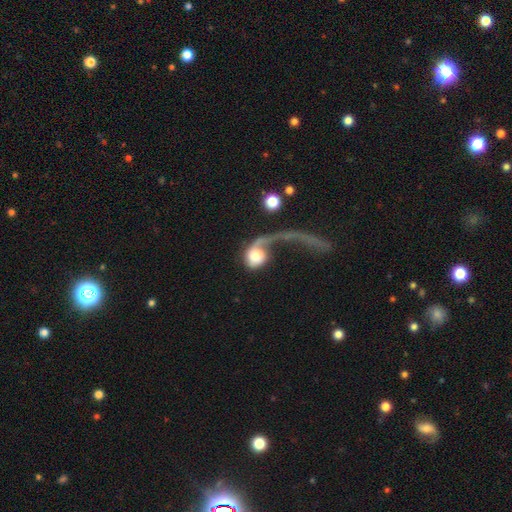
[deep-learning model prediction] A featured or disk galaxy (49%). Merging: major disturbance (64%).